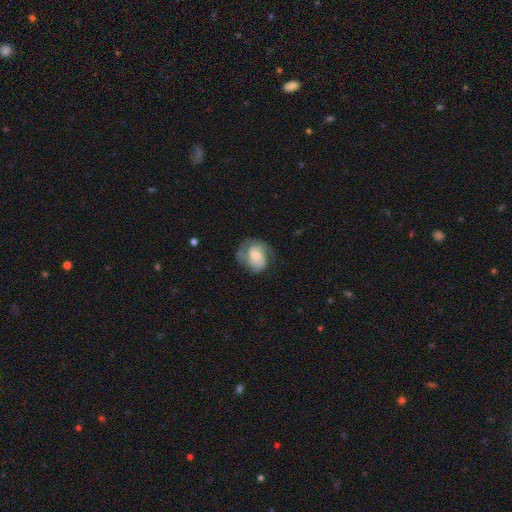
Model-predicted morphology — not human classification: smooth-or-featured: featured or disk: 68% | smooth: 26% | star or artifact: 6%
  disk-edge-on: no: 97% | yes: 3%
    bar: no: 62% | weak: 32% | strong: 6%
    has-spiral-arms: yes: 89% | no: 11%
      spiral-winding: medium: 43% | tight: 41% | loose: 17%
      spiral-arm-count: 2: 62% | can't tell: 17% | 3: 11% | 1: 6% | 4: 2% | more than 4: 2%
    bulge-size: moderate: 54% | small: 34% | large: 8% | none: 3% | dominant: 1%
  merging: none: 58% | minor disturbance: 25% | major disturbance: 16% | merger: 1%